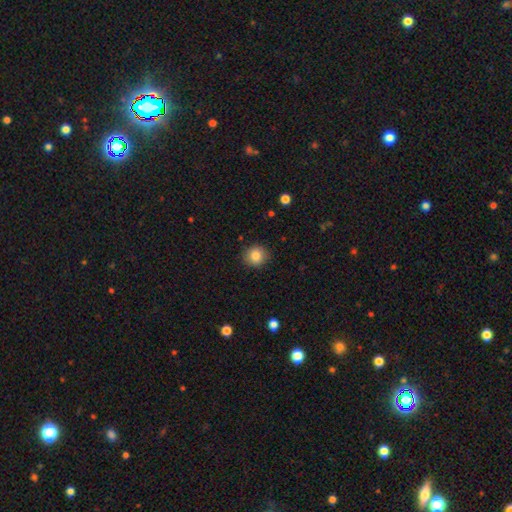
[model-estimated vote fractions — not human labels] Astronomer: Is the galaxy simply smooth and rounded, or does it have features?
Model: smooth — 84%.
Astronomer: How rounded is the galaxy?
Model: round — 85%.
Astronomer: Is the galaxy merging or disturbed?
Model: none — 88%.